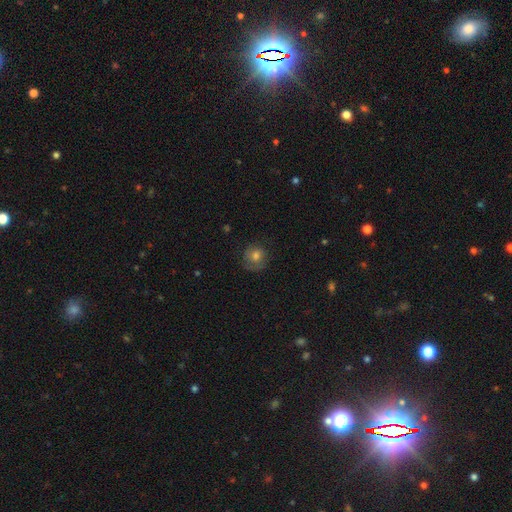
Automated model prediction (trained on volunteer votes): Smooth or featured: smooth — 68% (featured or disk — 22%)
How rounded: round — 83% (in between — 16%)
Merging: none — 69% (minor disturbance — 21%)